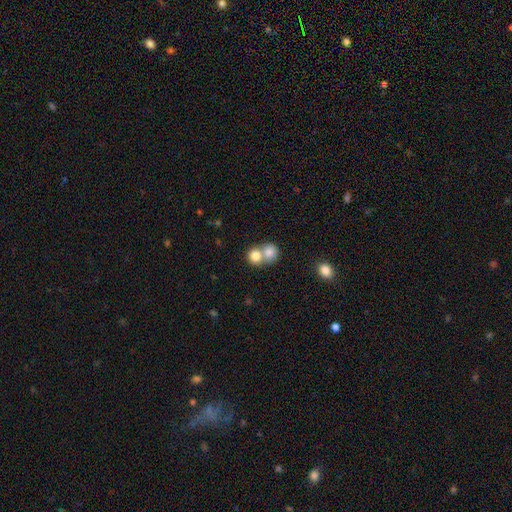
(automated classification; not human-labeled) smooth-or-featured: smooth: 79% | featured or disk: 11% | star or artifact: 9%
  how-rounded: round: 79% | in between: 20% | cigar-shaped: 1%
  merging: merger: 62% | none: 30% | minor disturbance: 5% | major disturbance: 3%